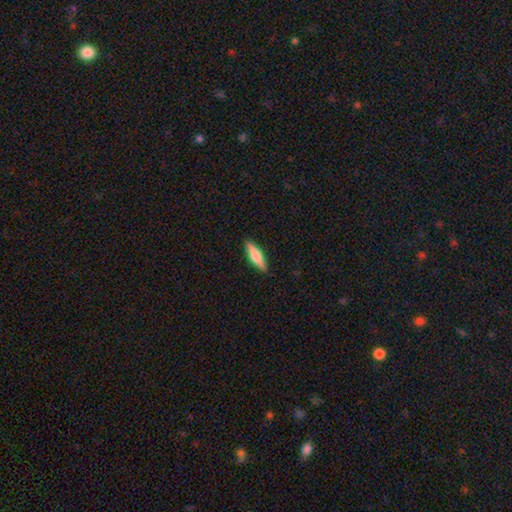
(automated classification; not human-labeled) smooth_or_featured: smooth (p=0.56) [alt: featured or disk p=0.38]
how_rounded: cigar-shaped (p=0.63) [alt: in between p=0.35]
merging: none (p=0.89) [alt: minor disturbance p=0.08]